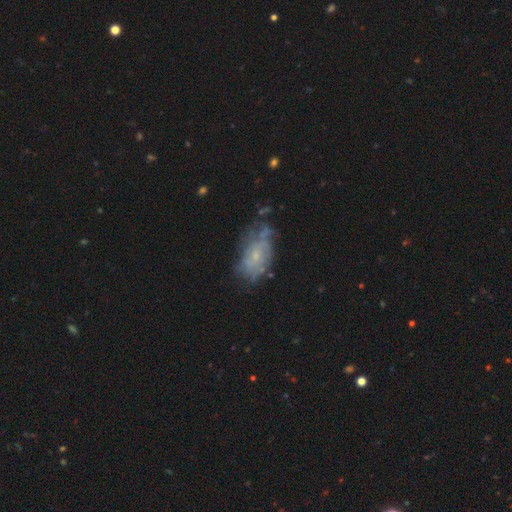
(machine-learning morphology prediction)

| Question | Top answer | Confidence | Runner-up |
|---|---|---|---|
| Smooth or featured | featured or disk | 55% | smooth (34%) |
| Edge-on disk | no | 94% | yes (6%) |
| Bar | no | 80% | weak (18%) |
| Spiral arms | yes | 52% | no (48%) |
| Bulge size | small | 68% | moderate (20%) |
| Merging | none | 45% | minor disturbance (30%) |